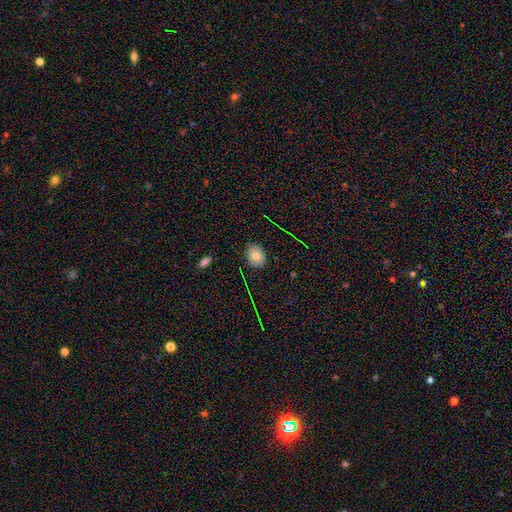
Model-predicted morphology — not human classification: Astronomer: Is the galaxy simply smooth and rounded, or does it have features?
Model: smooth — 71%.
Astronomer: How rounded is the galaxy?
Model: in between — 58% (runner-up: round, 40%).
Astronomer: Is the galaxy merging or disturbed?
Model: none — 84%.